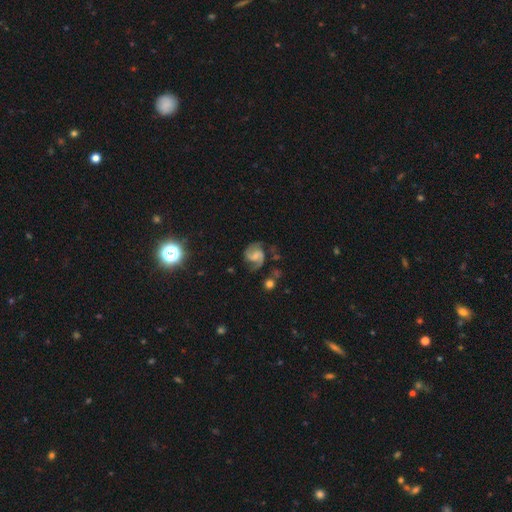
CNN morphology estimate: type=featured or disk (83%); edge-on=no (98%); bar=weak (46%); spiral arms=yes (97%); winding=medium (56%); arm count=2 (89%); bulge=small (45%); merging=none (69%).